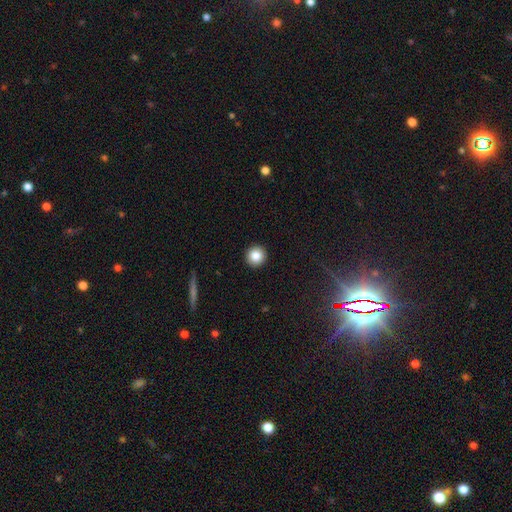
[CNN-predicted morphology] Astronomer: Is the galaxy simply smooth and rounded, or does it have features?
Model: smooth — 85%.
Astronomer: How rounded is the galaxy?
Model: round — 95%.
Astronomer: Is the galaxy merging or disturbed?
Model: none — 93%.